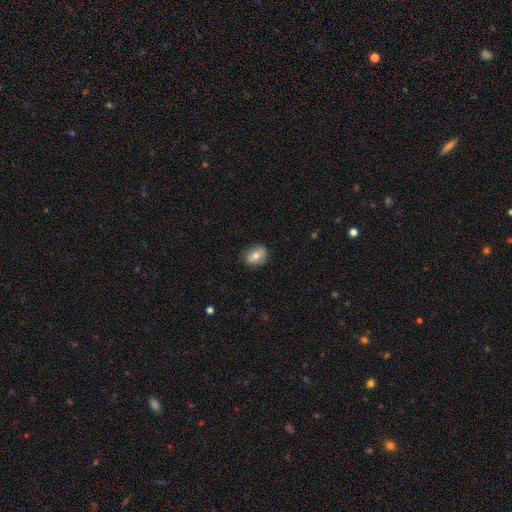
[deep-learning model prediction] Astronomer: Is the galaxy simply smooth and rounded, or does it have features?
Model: smooth — 67%.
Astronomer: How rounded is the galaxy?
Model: in between — 55% (runner-up: round, 44%).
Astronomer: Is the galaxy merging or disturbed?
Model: none — 82%.